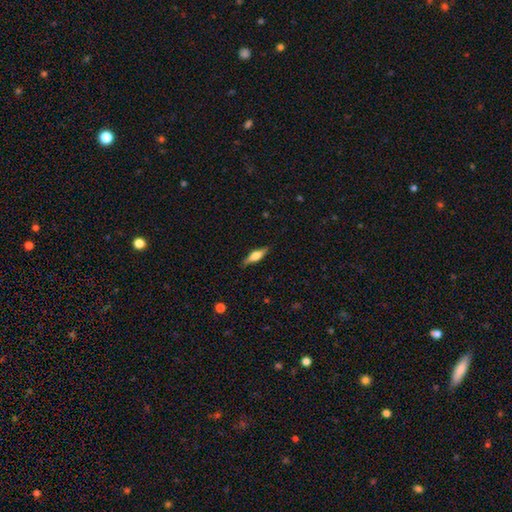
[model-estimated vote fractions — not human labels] smooth-or-featured: featured or disk: 50% | smooth: 43% | star or artifact: 7%
  disk-edge-on: yes: 94% | no: 6%
  merging: none: 84% | minor disturbance: 12% | major disturbance: 2% | merger: 1%